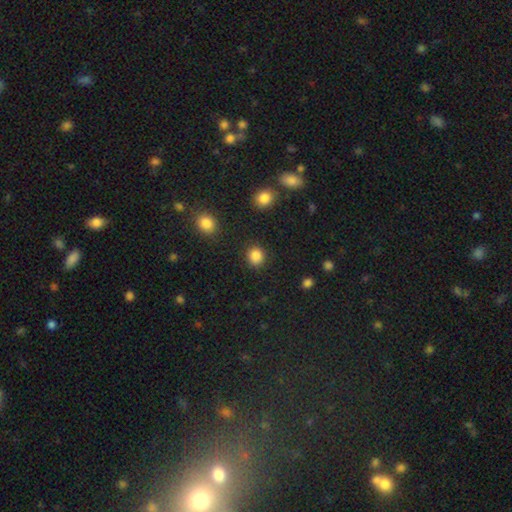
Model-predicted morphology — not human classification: smooth_or_featured: smooth (p=0.87) [alt: star or artifact p=0.10]
how_rounded: round (p=0.84) [alt: in between p=0.15]
merging: none (p=0.90) [alt: minor disturbance p=0.06]